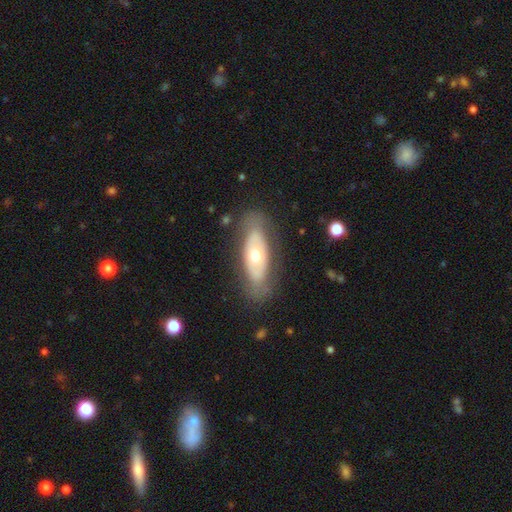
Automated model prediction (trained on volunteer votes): smooth-or-featured: featured or disk: 53% | smooth: 42% | star or artifact: 5%
  disk-edge-on: no: 79% | yes: 21%
  merging: none: 78% | minor disturbance: 15% | major disturbance: 6% | merger: 2%